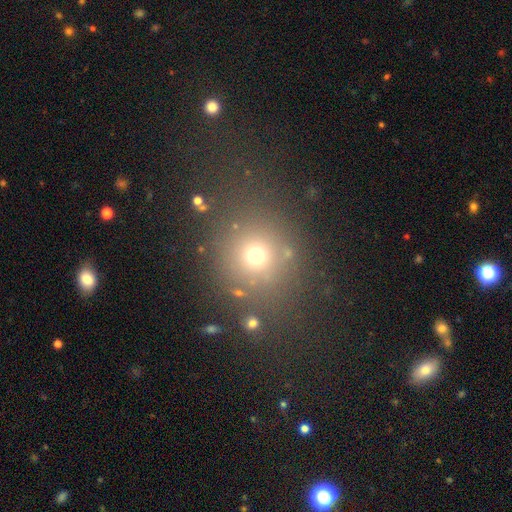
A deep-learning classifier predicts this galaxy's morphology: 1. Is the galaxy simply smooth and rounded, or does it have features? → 68% smooth, 22% star or artifact, 10% featured or disk.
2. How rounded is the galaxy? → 87% round, 11% in between, 1% cigar-shaped.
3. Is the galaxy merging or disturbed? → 78% none, 10% minor disturbance, 6% major disturbance, 6% merger.